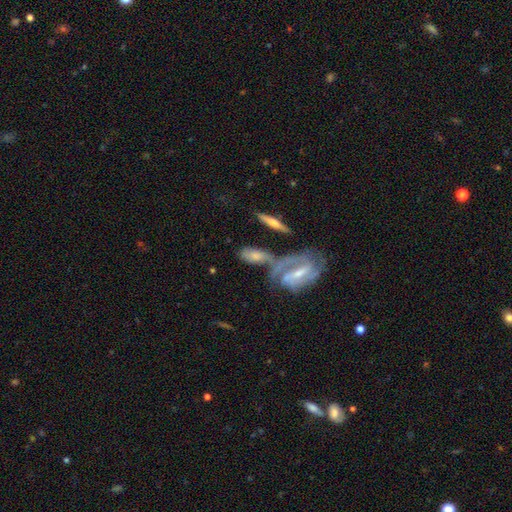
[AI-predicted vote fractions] featured or disk 48%, smooth 44%, star or artifact 8%. Down the decision tree: merging — merger (42%).